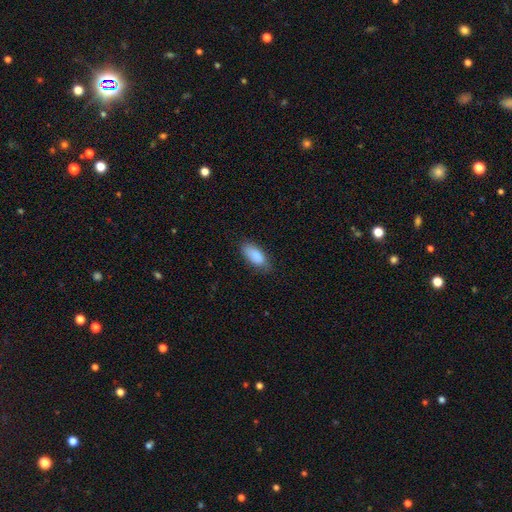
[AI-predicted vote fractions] smooth_or_featured: smooth (p=0.88) [alt: star or artifact p=0.06]
how_rounded: in between (p=0.87) [alt: cigar-shaped p=0.10]
merging: none (p=0.73) [alt: minor disturbance p=0.21]